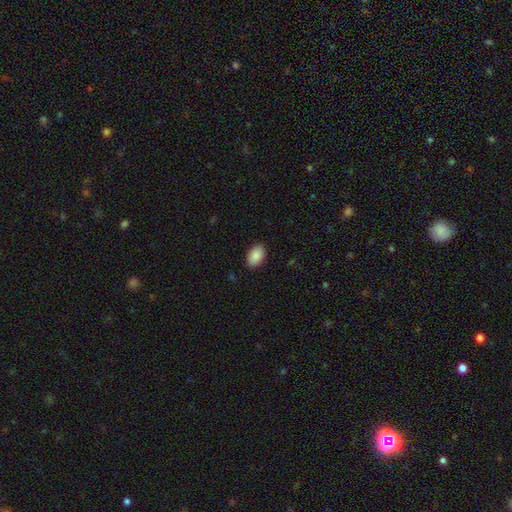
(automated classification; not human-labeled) The model was most divided on "merging": none: 89%, minor disturbance: 8%, major disturbance: 2%, merger: 1%. More confident: how rounded — in between (91%); smooth or featured — smooth (89%).